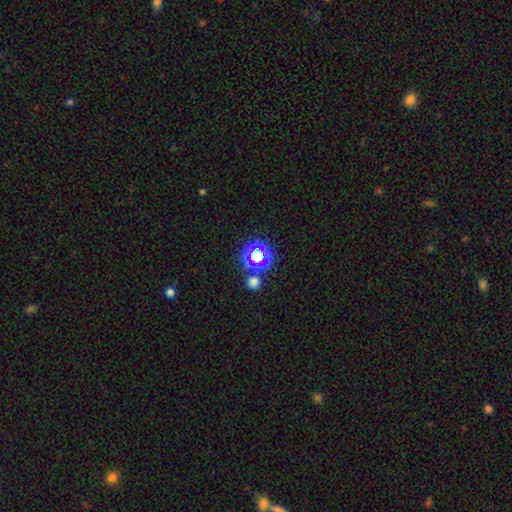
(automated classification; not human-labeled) Smooth or featured? Predicted: star or artifact (p=0.58).